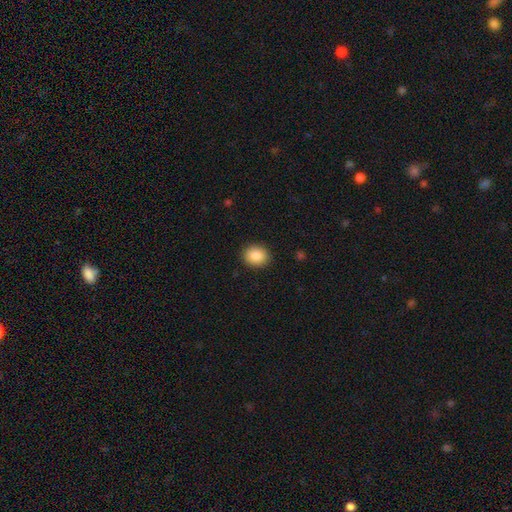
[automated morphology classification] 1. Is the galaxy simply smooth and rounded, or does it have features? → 87% smooth, 8% star or artifact, 4% featured or disk.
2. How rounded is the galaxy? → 63% round, 36% in between, 1% cigar-shaped.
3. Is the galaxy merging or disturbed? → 90% none, 7% minor disturbance, 2% major disturbance, 1% merger.